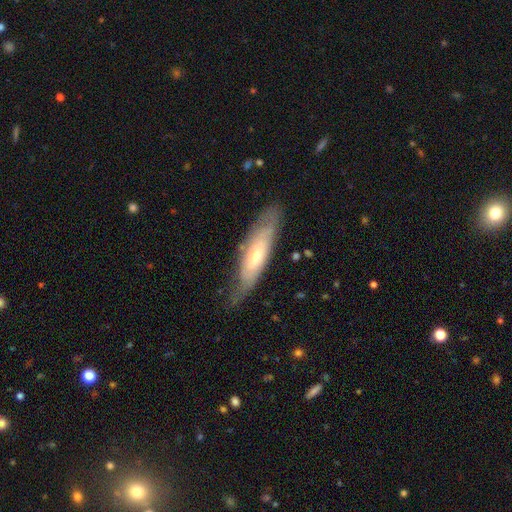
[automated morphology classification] type=featured or disk (56%); edge-on=no (62%); merging=none (67%).